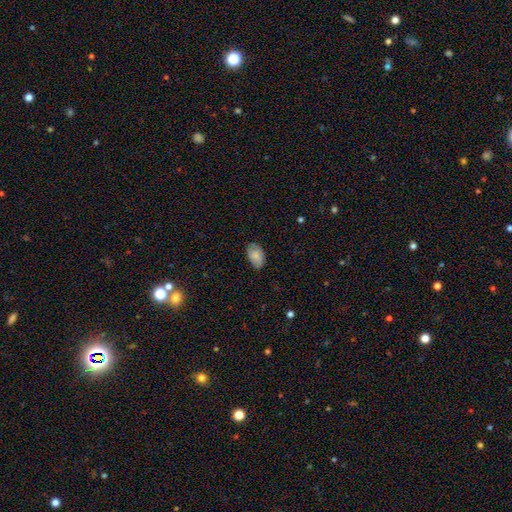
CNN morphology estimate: A smooth galaxy with no disk features (77%) that is in between round and cigar-shaped (91%). Merging: none (77%).